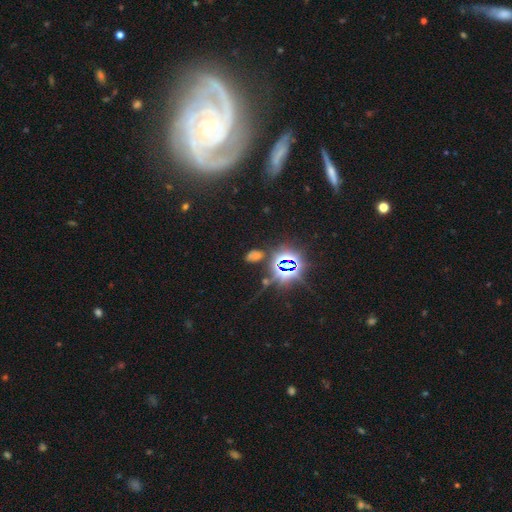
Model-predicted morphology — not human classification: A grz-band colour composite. It shows a star or artifact, not a galaxy (67%).